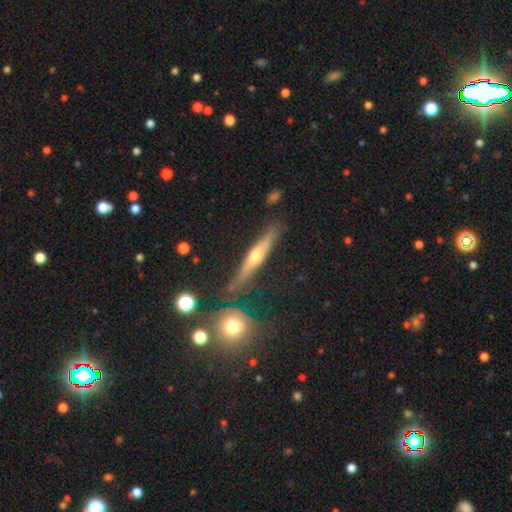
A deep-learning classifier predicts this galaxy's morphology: A featured or disk galaxy (67%) viewed edge-on (95%) with a rounded central bulge (88%). Merging: none (82%).